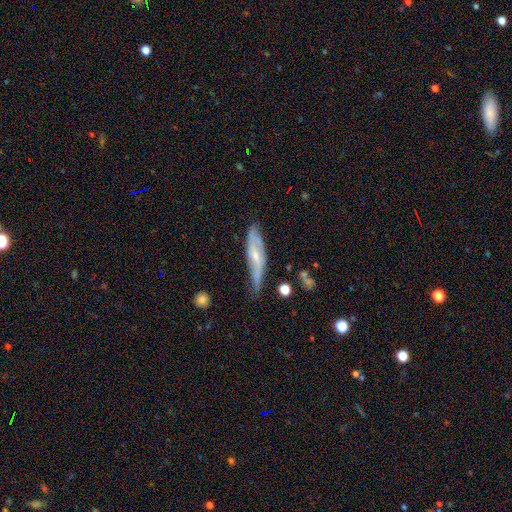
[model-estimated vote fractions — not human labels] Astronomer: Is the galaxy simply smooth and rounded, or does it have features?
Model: featured or disk — 61%.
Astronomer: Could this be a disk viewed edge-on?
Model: no — 57% (runner-up: yes, 43%).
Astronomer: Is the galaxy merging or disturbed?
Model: none — 54% (runner-up: minor disturbance, 33%).